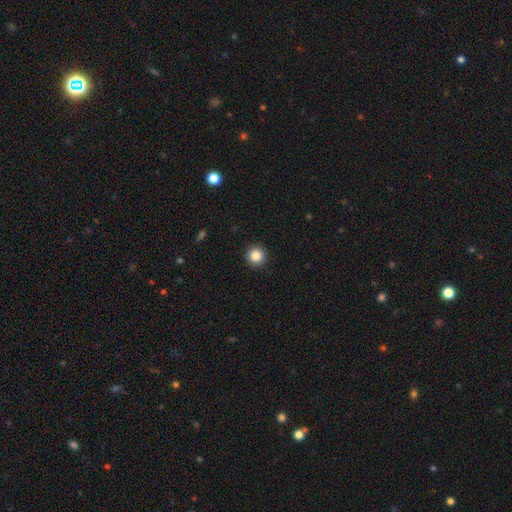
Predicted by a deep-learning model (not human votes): Morphology: type=smooth (85%); roundness=round (96%); merging=none (93%).